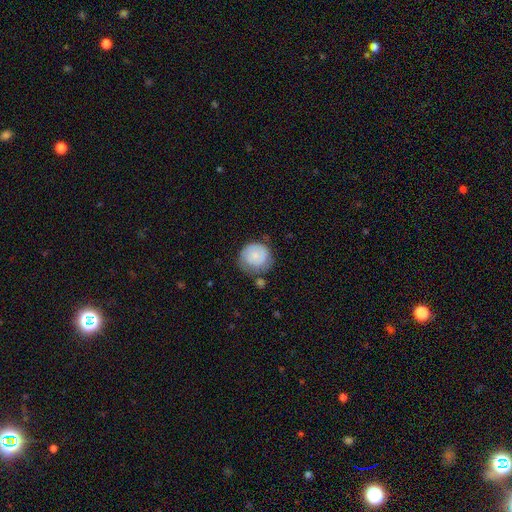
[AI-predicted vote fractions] Smooth or featured: smooth — 69% (featured or disk — 24%)
How rounded: round — 86% (in between — 13%)
Merging: none — 56% (minor disturbance — 29%)